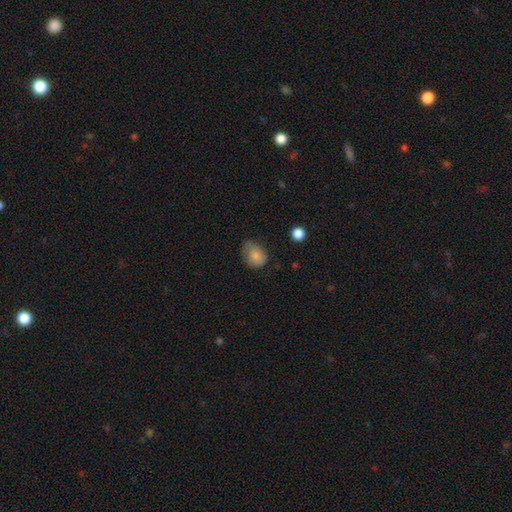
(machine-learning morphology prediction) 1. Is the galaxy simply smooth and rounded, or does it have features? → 80% smooth, 12% featured or disk, 8% star or artifact.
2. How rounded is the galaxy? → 54% in between, 45% round, 1% cigar-shaped.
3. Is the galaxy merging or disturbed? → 50% none, 38% minor disturbance, 11% major disturbance, 2% merger.